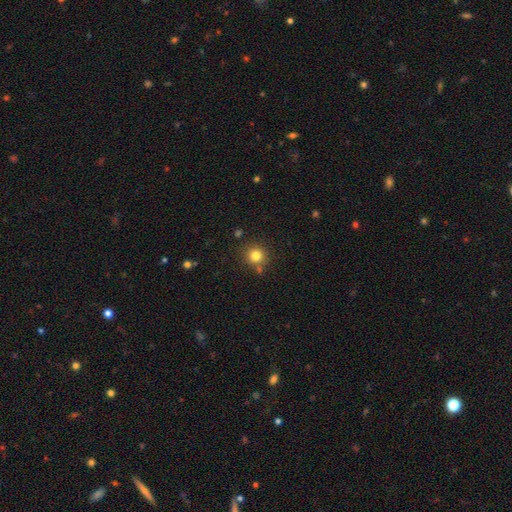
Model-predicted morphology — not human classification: This is clearly a smooth galaxy (80%). How rounded: clearly round (93%). Merging: clearly none (81%).